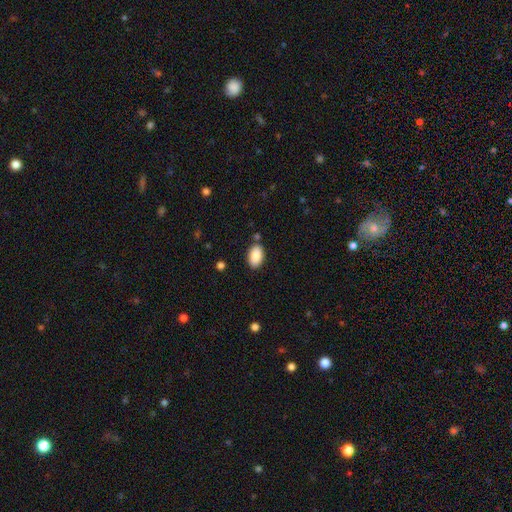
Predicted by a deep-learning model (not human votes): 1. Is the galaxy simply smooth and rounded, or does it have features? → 89% smooth, 7% star or artifact, 5% featured or disk.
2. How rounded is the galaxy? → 93% in between, 5% round, 1% cigar-shaped.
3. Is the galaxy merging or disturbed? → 83% none, 11% minor disturbance, 4% merger, 3% major disturbance.